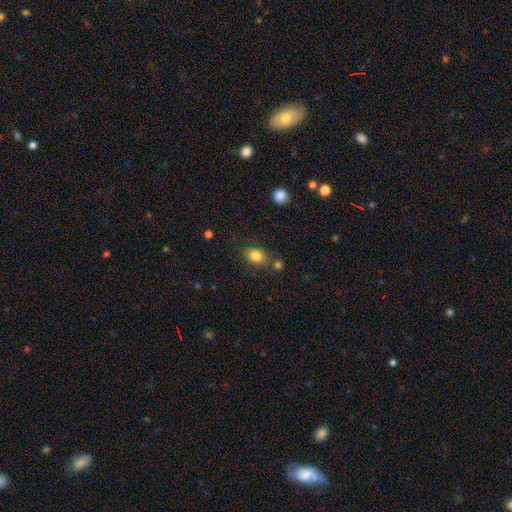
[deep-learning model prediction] This appears to be a smooth galaxy with no disk features (83%) that is in between round and cigar-shaped (67%). Merging: none (74%).